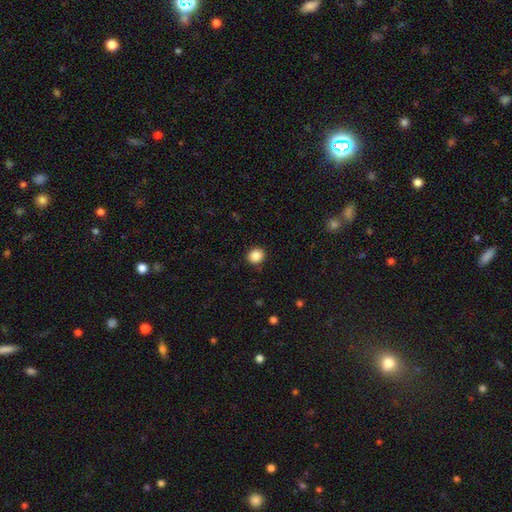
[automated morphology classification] smooth 87%, star or artifact 10%, featured or disk 4%. Down the decision tree: how rounded — round (82%); merging — none (90%).